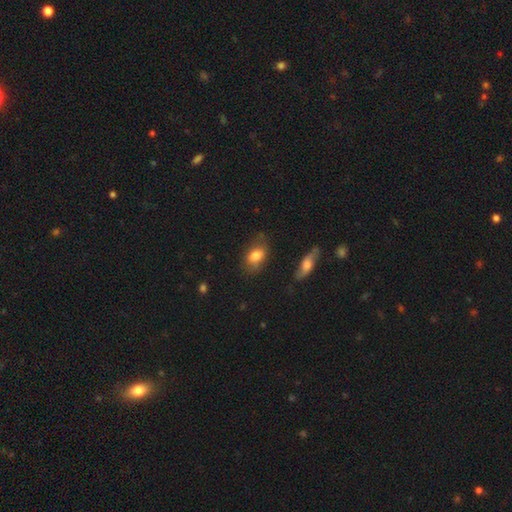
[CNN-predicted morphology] Q: Smooth or featured?
A: smooth (79%); runner-up: featured or disk (13%)
Q: How rounded?
A: in between (83%); runner-up: round (14%)
Q: Merging?
A: none (68%); runner-up: minor disturbance (22%)